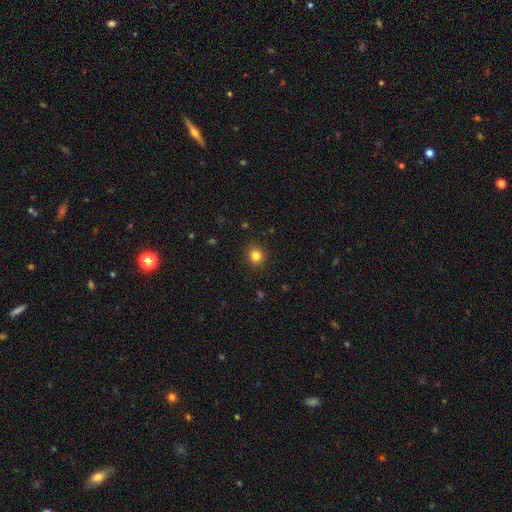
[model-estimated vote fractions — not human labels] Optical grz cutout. It shows a smooth galaxy with no disk features (83%) that is round (86%). Merging: none (90%).